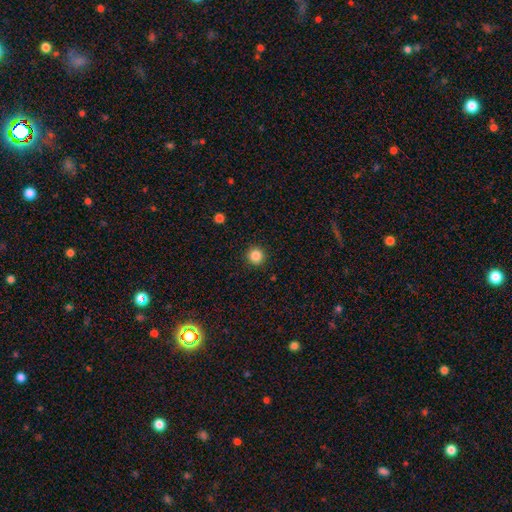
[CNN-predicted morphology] Overall: smooth (85%). How rounded: round (95%). Merging: none (92%).